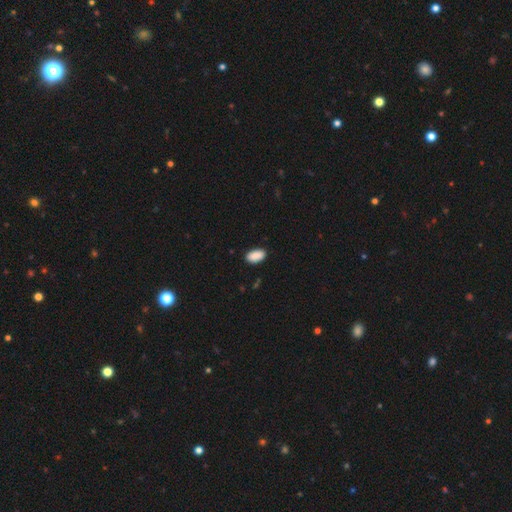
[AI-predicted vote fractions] A smooth galaxy with no disk features (91%) that is in between round and cigar-shaped (94%). Merging: none (88%).